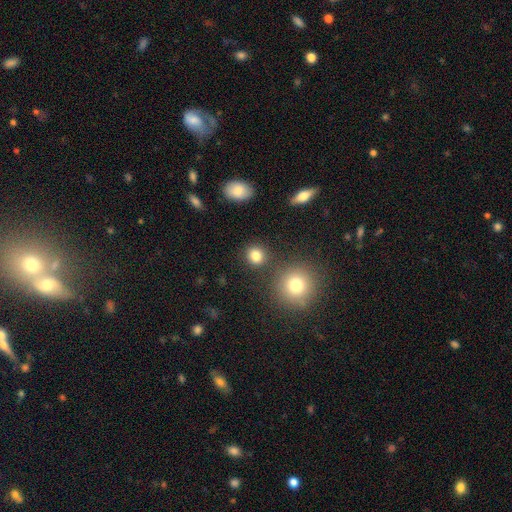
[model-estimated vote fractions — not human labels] Smooth or featured? Predicted: smooth (p=0.82). How rounded? Predicted: round (p=0.86). Merging? Predicted: none (p=0.84).